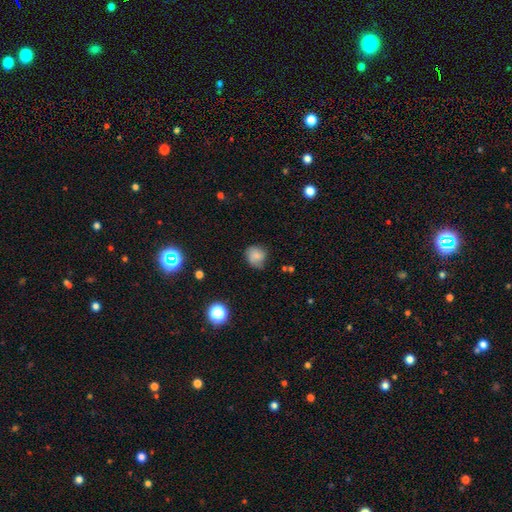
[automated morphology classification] This is likely a smooth galaxy (74%). How rounded: likely round (76%). Merging: likely none (61%).